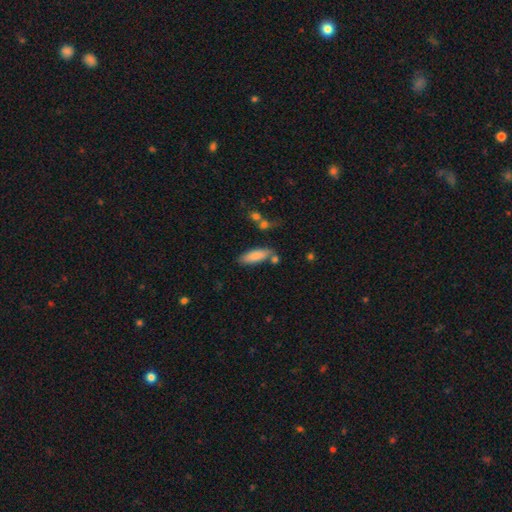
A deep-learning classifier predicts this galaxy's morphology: This appears to be a smooth galaxy with no disk features (84%) that is in between round and cigar-shaped (64%). Merging: none (69%).